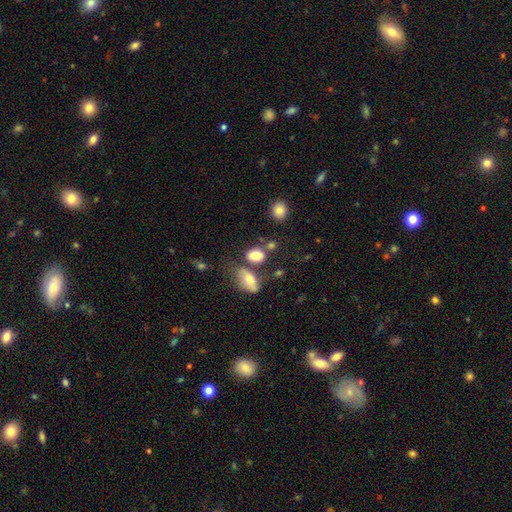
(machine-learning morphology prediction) Smooth or featured: smooth — 80% (star or artifact — 10%)
How rounded: in between — 74% (round — 24%)
Merging: none — 53% (merger — 25%)